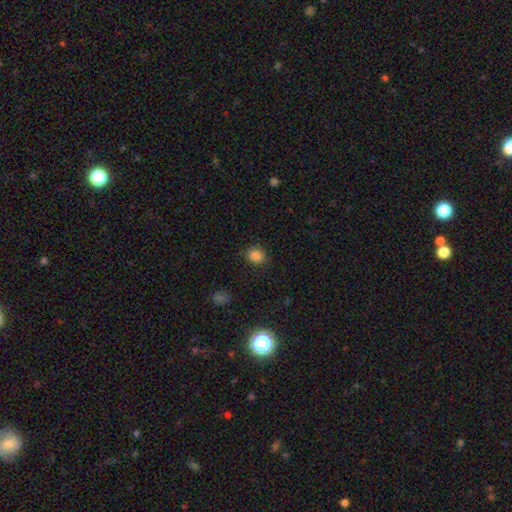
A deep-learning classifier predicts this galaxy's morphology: Smooth or featured: smooth — 84% (star or artifact — 12%)
How rounded: round — 60% (in between — 39%)
Merging: none — 81% (minor disturbance — 14%)